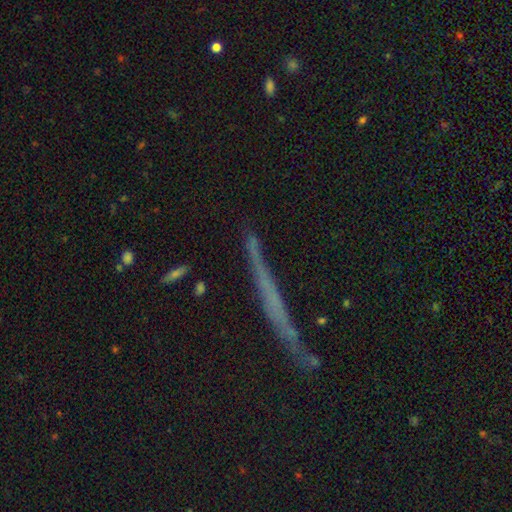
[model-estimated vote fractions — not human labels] Overall: featured or disk (51%; smooth 36%). Edge-on disk: yes (92%). Merging: none (74%).